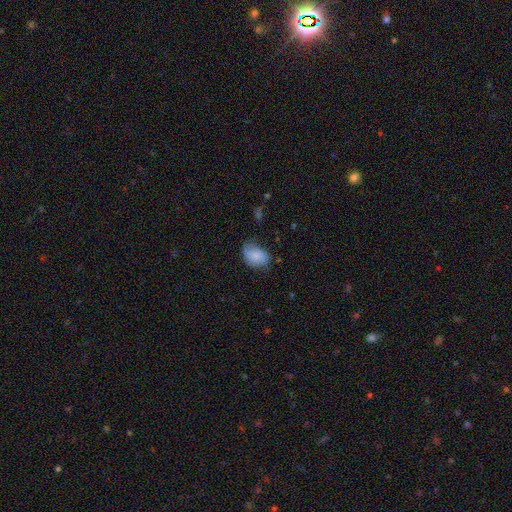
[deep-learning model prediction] Smooth or featured: smooth — 72% (featured or disk — 20%)
How rounded: in between — 80% (round — 19%)
Merging: none — 53% (minor disturbance — 33%)